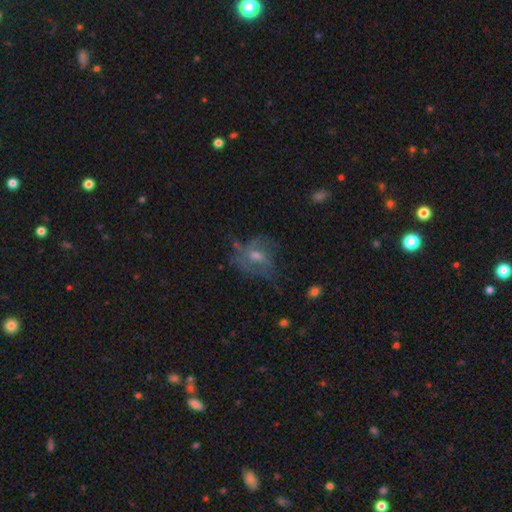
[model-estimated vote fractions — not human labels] Q: Smooth or featured?
A: featured or disk (58%); runner-up: smooth (28%)
Q: Edge-on disk?
A: no (96%); runner-up: yes (4%)
Q: Bar?
A: no (58%); runner-up: weak (35%)
Q: Spiral arms?
A: yes (65%); runner-up: no (35%)
Q: Bulge size?
A: moderate (54%); runner-up: small (37%)
Q: Merging?
A: none (51%); runner-up: minor disturbance (24%)